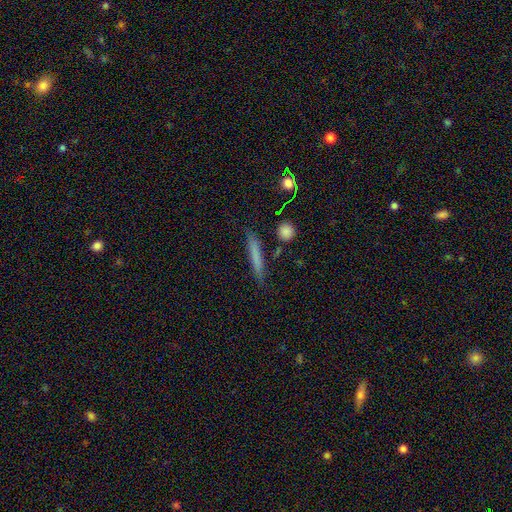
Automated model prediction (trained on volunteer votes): Smooth or featured? smooth (69%)
How rounded? cigar-shaped (92%)
Merging? none (82%)